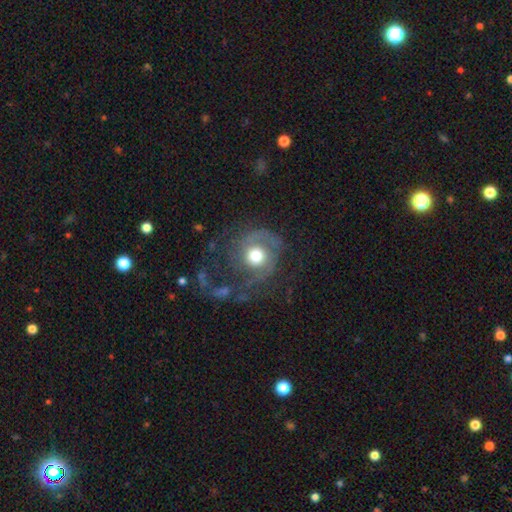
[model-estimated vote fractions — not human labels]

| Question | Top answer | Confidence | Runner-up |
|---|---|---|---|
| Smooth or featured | featured or disk | 65% | smooth (27%) |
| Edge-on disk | no | 97% | yes (3%) |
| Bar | no | 82% | weak (15%) |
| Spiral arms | yes | 80% | no (20%) |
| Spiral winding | medium | 38% | tied: tight (38%) |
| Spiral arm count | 2 | 37% | 1 (26%) |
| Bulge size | moderate | 61% | large (29%) |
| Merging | none | 46% | major disturbance (32%) |